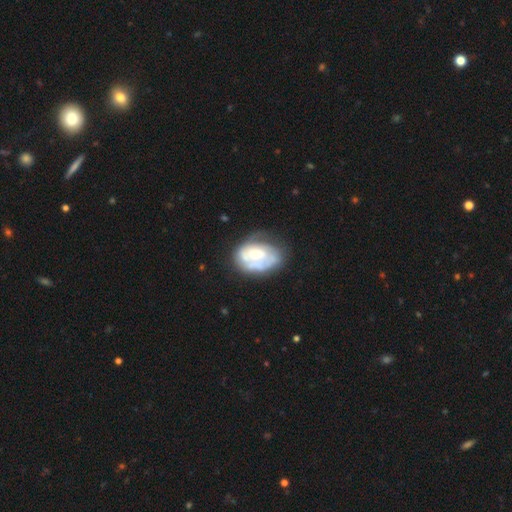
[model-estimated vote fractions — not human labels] This is possibly a featured or disk galaxy (58%). It is clearly not viewed edge-on (97%). Bar: likely no (76%). Spiral arm pattern: possibly no (55%). Central bulge: possibly moderate (52%). Merging: possibly none (45%).